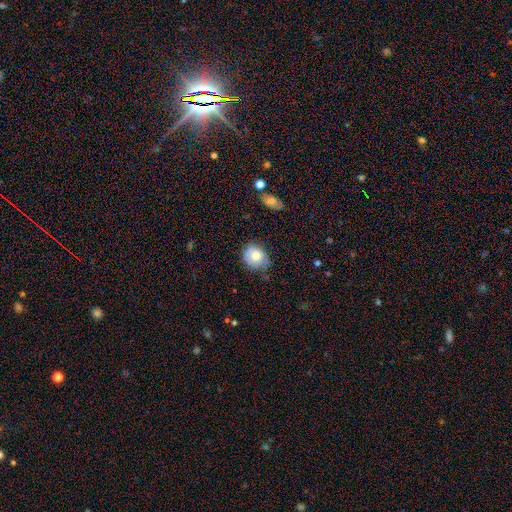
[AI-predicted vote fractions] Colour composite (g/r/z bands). It shows a smooth galaxy with no disk features (74%) that is round (74%). Merging: none (63%).